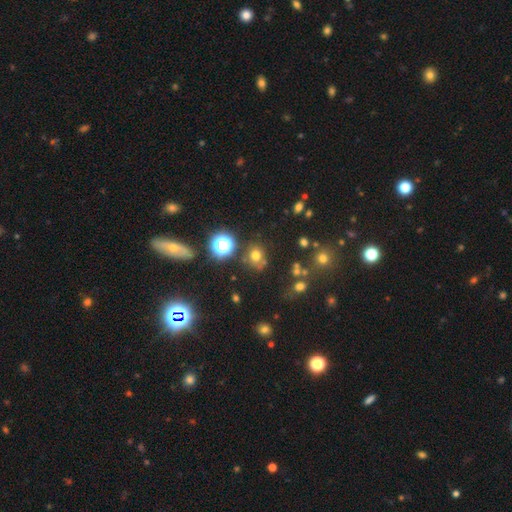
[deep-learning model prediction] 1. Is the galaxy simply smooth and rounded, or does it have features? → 66% smooth, 25% star or artifact, 9% featured or disk.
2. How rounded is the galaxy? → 75% round, 24% in between, 1% cigar-shaped.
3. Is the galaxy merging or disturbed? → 70% none, 15% minor disturbance, 9% merger, 6% major disturbance.